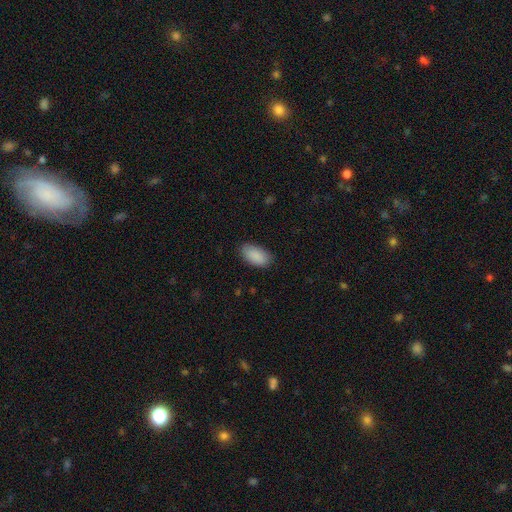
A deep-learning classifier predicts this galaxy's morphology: type=smooth (90%); roundness=in between (95%); merging=none (84%).